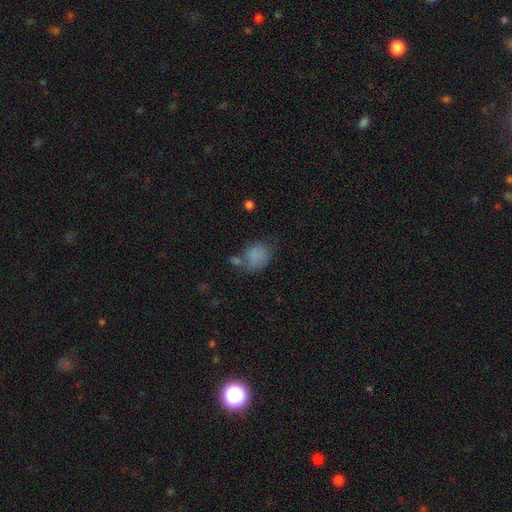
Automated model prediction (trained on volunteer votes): Overall: smooth (78%). How rounded: in between (62%; round 37%). Merging: none (41%; minor disturbance 25%).